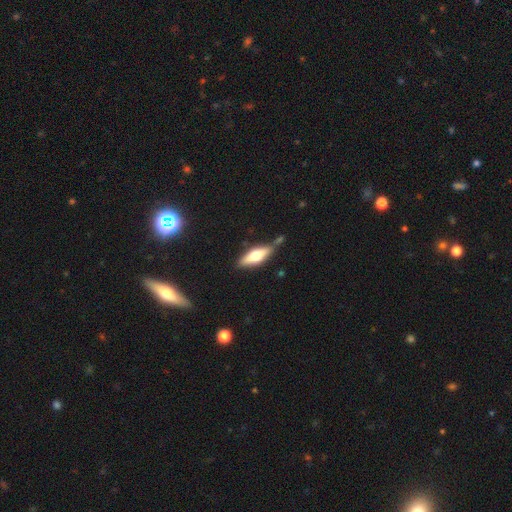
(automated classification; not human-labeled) smooth-or-featured: smooth: 53% | featured or disk: 41% | star or artifact: 6%
  how-rounded: in between: 54% | cigar-shaped: 44% | round: 2%
  merging: none: 72% | minor disturbance: 16% | merger: 8% | major disturbance: 4%